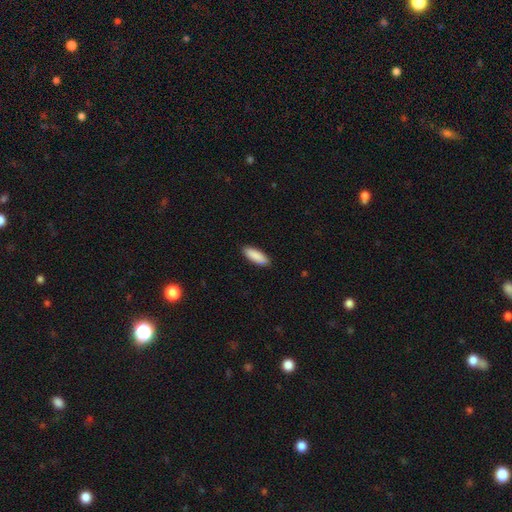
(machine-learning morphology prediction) Smooth or featured: smooth — 90% (star or artifact — 5%)
How rounded: in between — 67% (cigar-shaped — 32%)
Merging: none — 89% (minor disturbance — 8%)